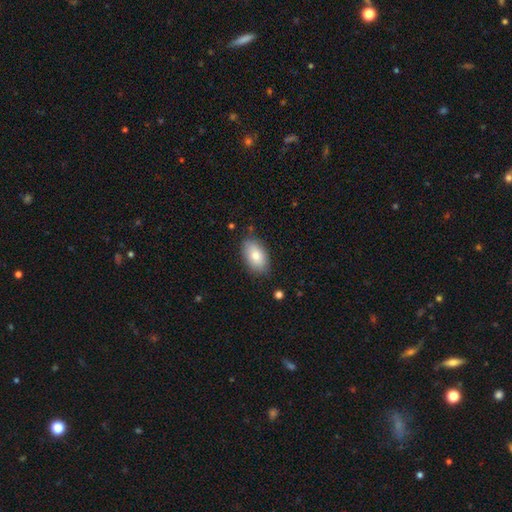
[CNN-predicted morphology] smooth 82%, featured or disk 12%, star or artifact 6%. Down the decision tree: how rounded — in between (93%); merging — none (83%).